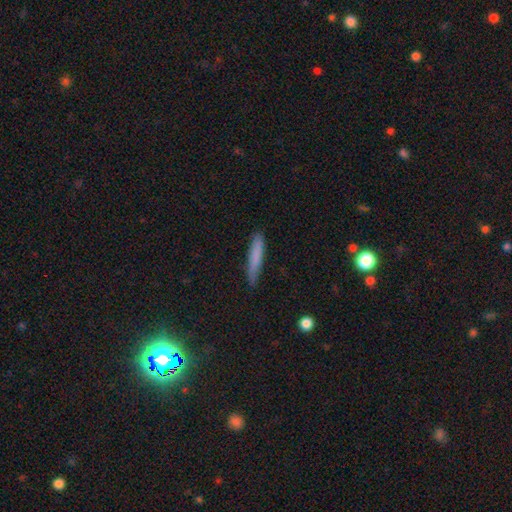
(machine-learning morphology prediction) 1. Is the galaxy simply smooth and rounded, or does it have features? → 76% smooth, 17% featured or disk, 7% star or artifact.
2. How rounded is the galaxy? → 92% cigar-shaped, 7% in between, 1% round.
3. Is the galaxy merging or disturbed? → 80% none, 16% minor disturbance, 3% major disturbance, 1% merger.